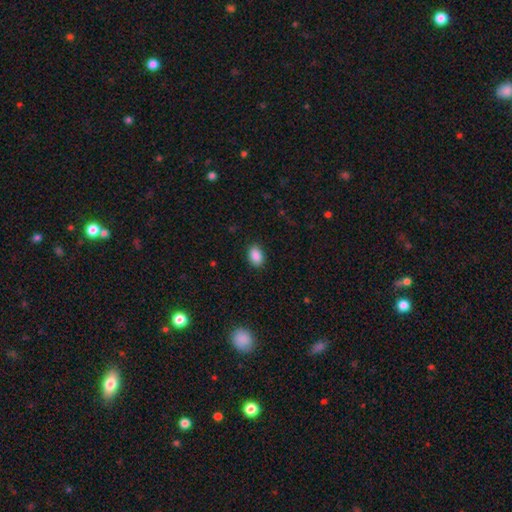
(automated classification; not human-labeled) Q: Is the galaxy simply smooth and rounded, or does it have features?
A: smooth — 89%.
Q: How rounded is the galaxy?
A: in between — 85%.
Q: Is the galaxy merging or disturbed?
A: none — 88%.